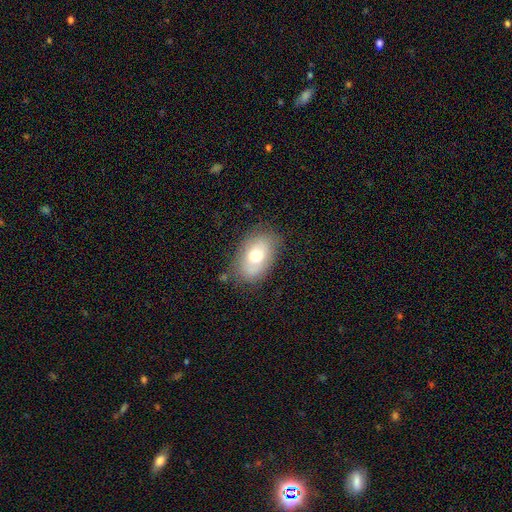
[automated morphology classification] smooth_or_featured: smooth (p=0.66) [alt: featured or disk p=0.26]
how_rounded: in between (p=0.87) [alt: round p=0.12]
merging: none (p=0.75) [alt: minor disturbance p=0.17]